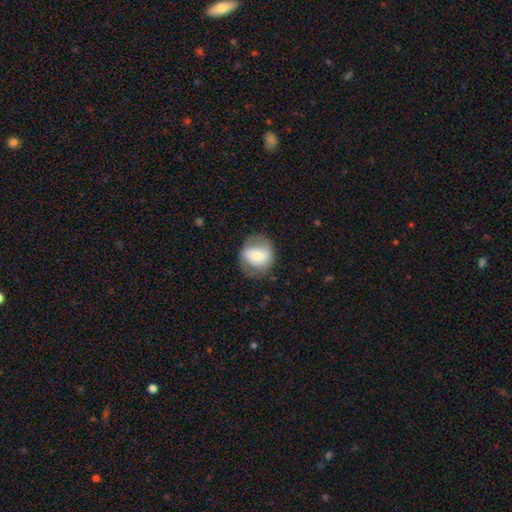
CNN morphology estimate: A smooth galaxy with no disk features (59%) that is round (64%).

Vote fractions:
- Smooth or featured? smooth: 59% / featured or disk: 33% / star or artifact: 7%
- How rounded? round: 64% / in between: 34% / cigar-shaped: 1%
- Merging? none: 67% / minor disturbance: 21% / major disturbance: 11% / merger: 1%